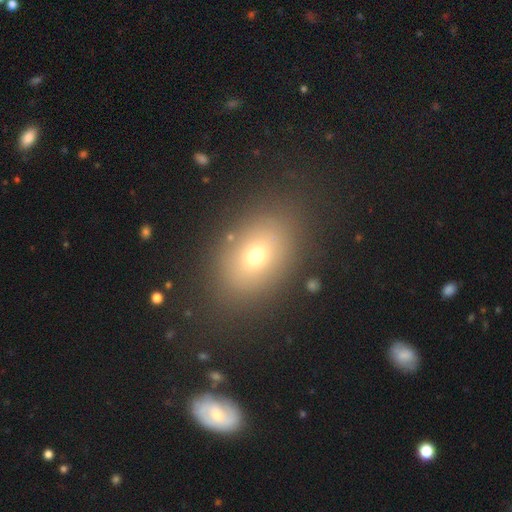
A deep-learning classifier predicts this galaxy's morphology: Smooth or featured: smooth — 67% (featured or disk — 17%)
How rounded: in between — 76% (round — 22%)
Merging: none — 83% (minor disturbance — 10%)